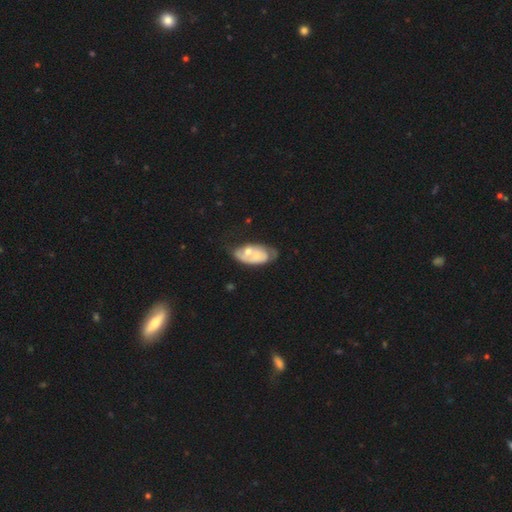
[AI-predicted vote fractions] This is possibly a featured or disk galaxy (60%). It is clearly not viewed edge-on (95%). Bar: likely no (79%). Spiral arm pattern: likely yes (66%). Central bulge: marginally small (44%). Merging: marginally none (37%).